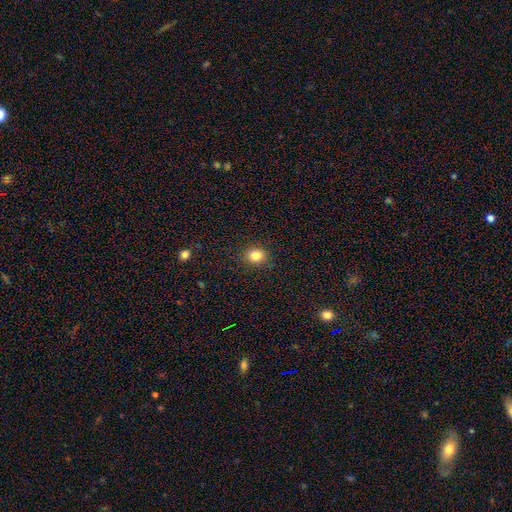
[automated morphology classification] smooth-or-featured: smooth: 84% | star or artifact: 11% | featured or disk: 5%
  how-rounded: round: 70% | in between: 29% | cigar-shaped: 1%
  merging: none: 89% | minor disturbance: 7% | major disturbance: 2% | merger: 1%